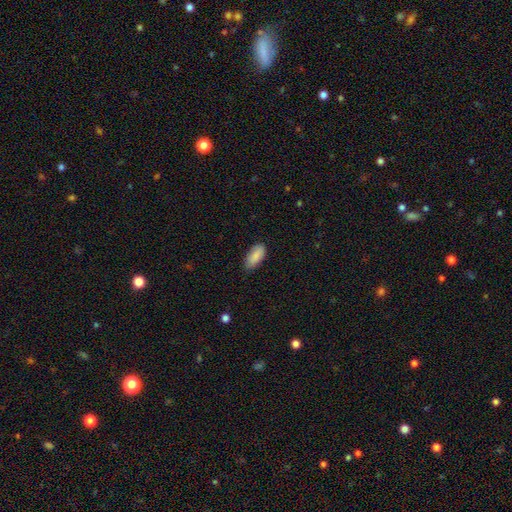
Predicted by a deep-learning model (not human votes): A smooth galaxy with no disk features (88%) that is in between round and cigar-shaped (89%). Merging: none (80%).